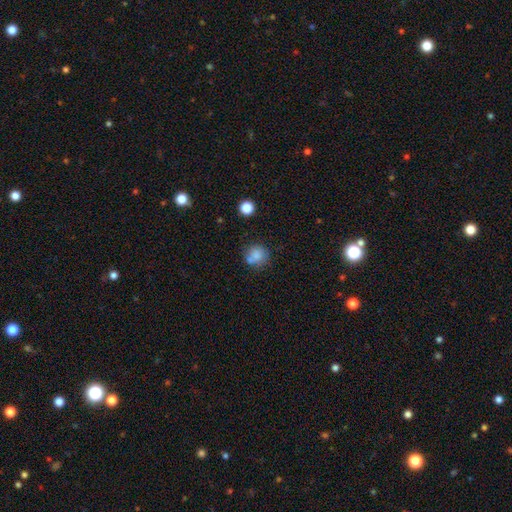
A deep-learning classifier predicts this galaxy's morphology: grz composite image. It shows a smooth galaxy with no disk features (78%) that is round (83%). Merging: none (58%).